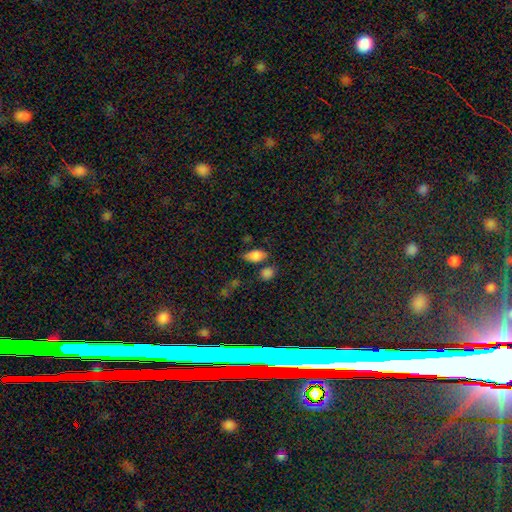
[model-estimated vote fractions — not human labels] Smooth or featured?
  - smooth: 84% *
  - star or artifact: 10%
  - featured or disk: 6%
How rounded?
  - in between: 91% *
  - round: 6%
  - cigar-shaped: 3%
Merging?
  - none: 67% *
  - minor disturbance: 15%
  - merger: 13%
  - major disturbance: 5%